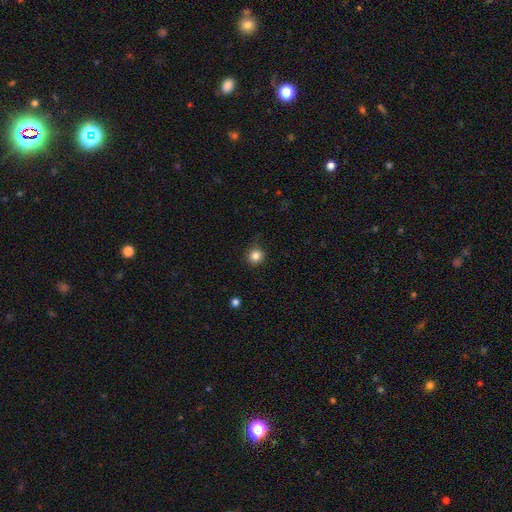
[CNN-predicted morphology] Q: Smooth or featured?
A: smooth (84%); runner-up: star or artifact (12%)
Q: How rounded?
A: round (91%); runner-up: in between (8%)
Q: Merging?
A: none (85%); runner-up: minor disturbance (11%)